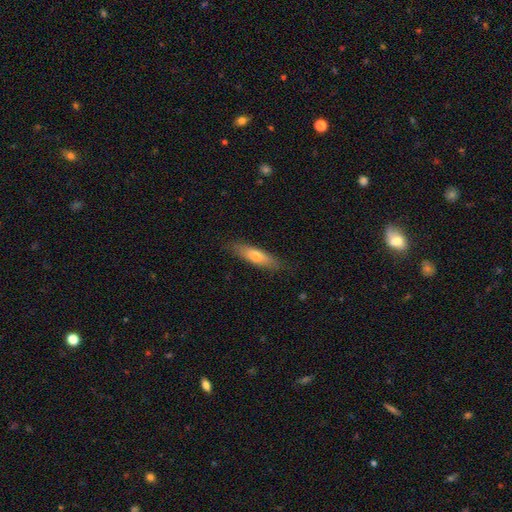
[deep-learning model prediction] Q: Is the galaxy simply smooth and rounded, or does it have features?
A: smooth — 67%.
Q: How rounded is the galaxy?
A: cigar-shaped — 64%.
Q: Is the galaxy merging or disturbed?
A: none — 85%.